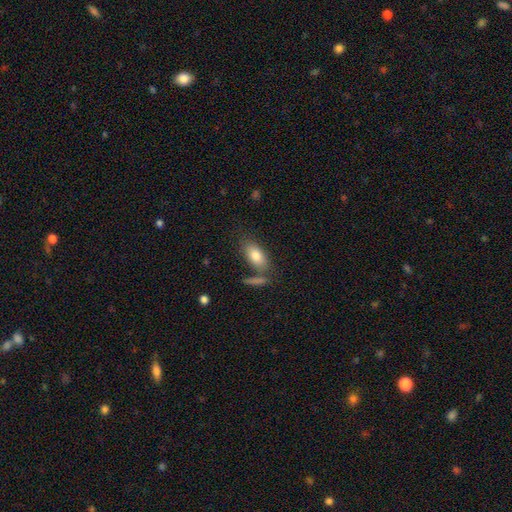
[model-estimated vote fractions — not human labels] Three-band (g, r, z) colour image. It shows a smooth galaxy with no disk features (81%) that is in between round and cigar-shaped (89%). Merging: none (65%).